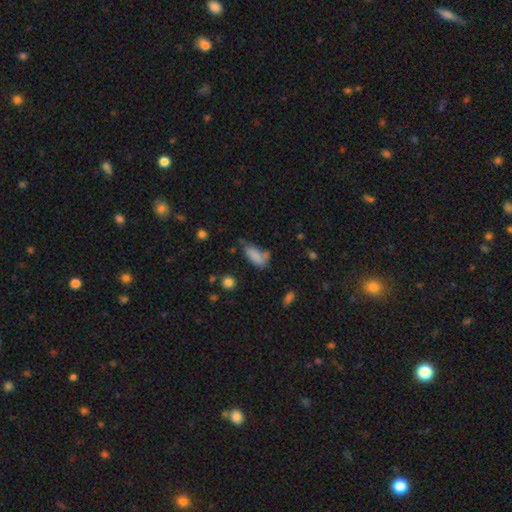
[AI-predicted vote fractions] Overall: smooth (81%). How rounded: in between (85%). Merging: none (44%; minor disturbance 31%).